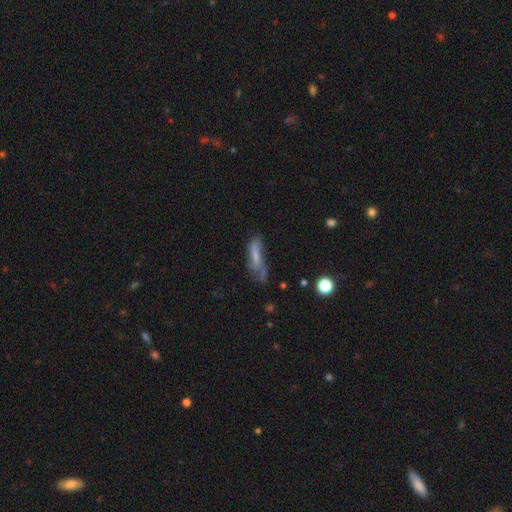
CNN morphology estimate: Smooth or featured?
  - smooth: 57% *
  - featured or disk: 30%
  - star or artifact: 13%
How rounded?
  - cigar-shaped: 68% *
  - in between: 30%
  - round: 3%
Merging?
  - none: 40% *
  - minor disturbance: 29%
  - major disturbance: 24%
  - merger: 7%